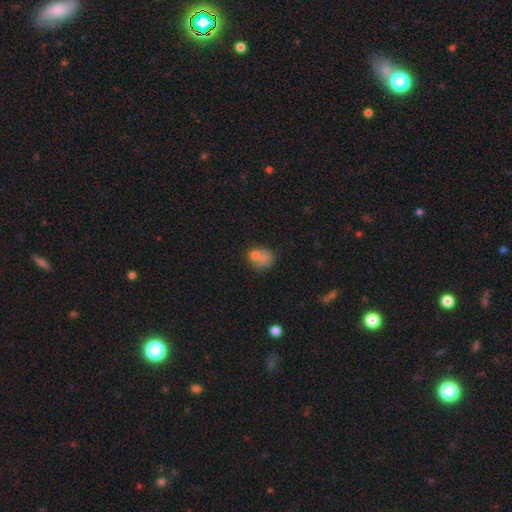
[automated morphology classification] Q: Smooth or featured?
A: smooth (69%); runner-up: featured or disk (20%)
Q: How rounded?
A: round (60%); runner-up: in between (38%)
Q: Merging?
A: none (38%); runner-up: merger (35%)